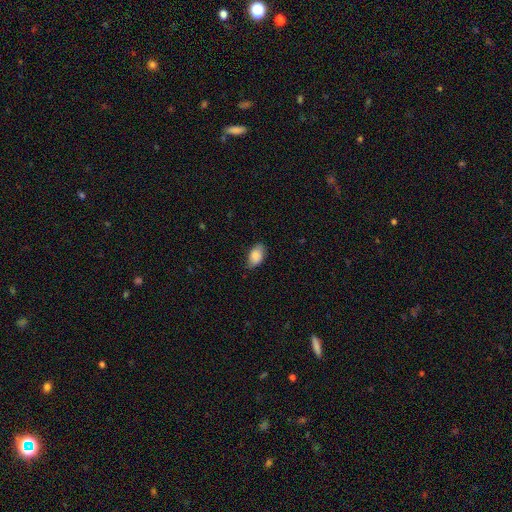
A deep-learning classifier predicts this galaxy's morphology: smooth-or-featured: smooth: 86% | featured or disk: 7% | star or artifact: 7%
  how-rounded: in between: 92% | round: 6% | cigar-shaped: 2%
  merging: none: 76% | minor disturbance: 19% | major disturbance: 3% | merger: 1%